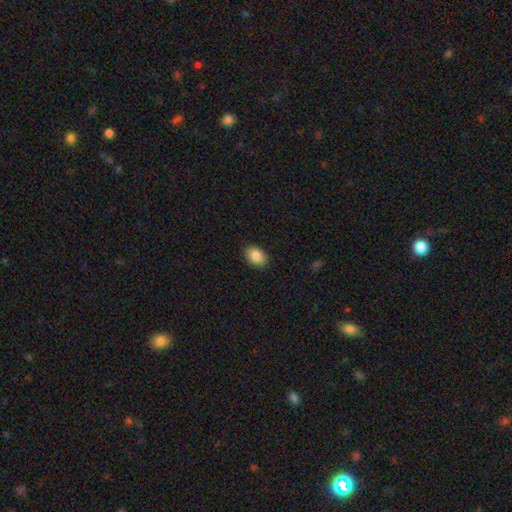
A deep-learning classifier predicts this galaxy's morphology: A smooth galaxy with no disk features (86%) that is in between round and cigar-shaped (86%).

Vote fractions:
- Smooth or featured? smooth: 86% / star or artifact: 7% / featured or disk: 7%
- How rounded? in between: 86% / round: 13% / cigar-shaped: 1%
- Merging? none: 89% / minor disturbance: 9% / major disturbance: 2% / merger: 1%